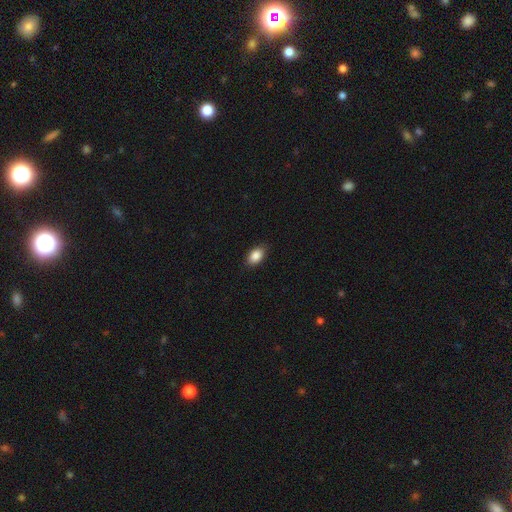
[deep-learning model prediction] Q: Smooth or featured?
A: smooth (87%); runner-up: star or artifact (8%)
Q: How rounded?
A: in between (87%); runner-up: round (11%)
Q: Merging?
A: none (86%); runner-up: minor disturbance (11%)